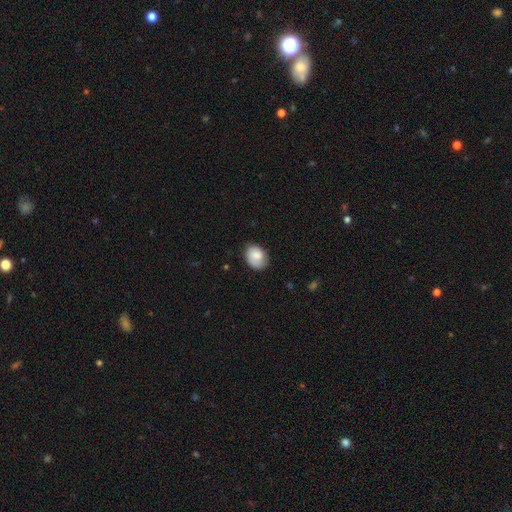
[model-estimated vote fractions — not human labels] This is clearly a smooth galaxy (85%). How rounded: likely in between (66%). Merging: likely none (74%).